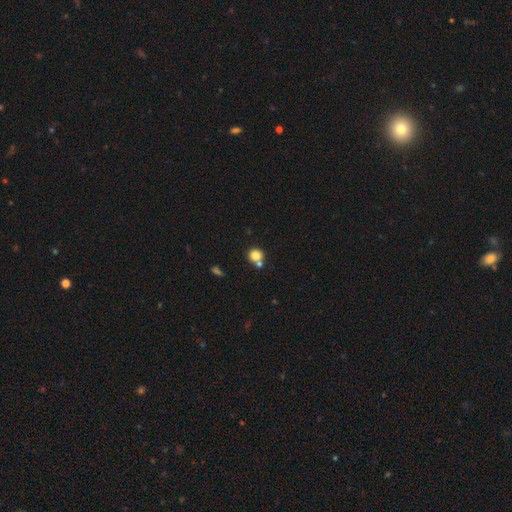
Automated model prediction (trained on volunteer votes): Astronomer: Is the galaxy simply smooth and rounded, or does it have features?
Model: smooth — 81%.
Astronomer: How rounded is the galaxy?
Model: round — 88%.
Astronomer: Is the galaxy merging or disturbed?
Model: none — 62%.